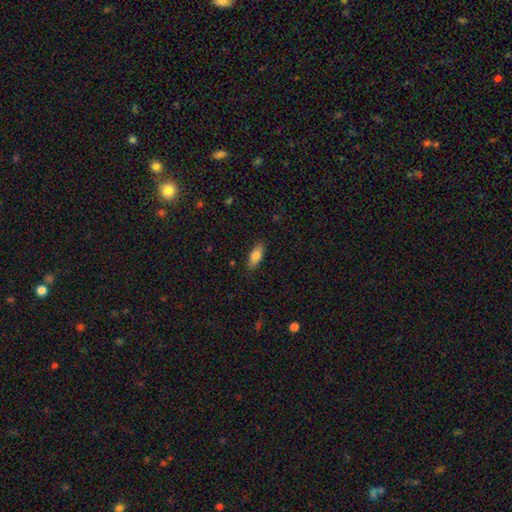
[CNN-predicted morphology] This is clearly a smooth galaxy (80%). How rounded: likely in between (76%). Merging: clearly none (87%).